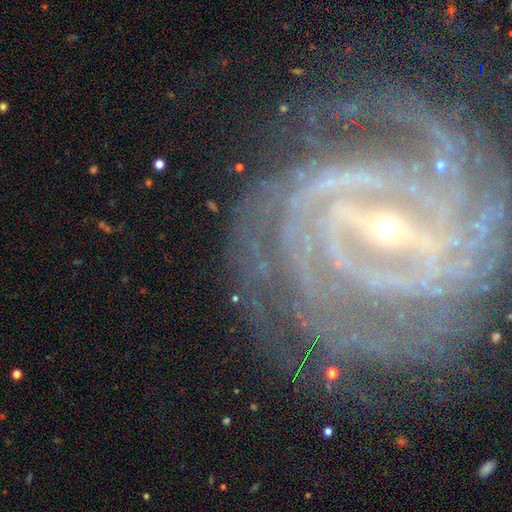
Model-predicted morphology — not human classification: A featured or disk galaxy (91%) with a strong bar (71%), tight (72%) spiral arms (97%) and a small central bulge (82%).

Vote fractions:
- Smooth or featured? featured or disk: 91% / star or artifact: 6% / smooth: 3%
- Edge-on disk? no: 95% / yes: 5%
- Bar? strong: 71% / weak: 20% / no: 9%
- Spiral arms? yes: 97% / no: 3%
- Spiral winding? tight: 72% / medium: 23% / loose: 5%
- Spiral arm count? can't tell: 22% / 4: 21% / 2: 18% / more than 4: 16% / 3: 15% / 1: 8%
- Bulge size? small: 82% / moderate: 14% / large: 1% / none: 1% / dominant: 1%
- Merging? none: 73% / minor disturbance: 15% / major disturbance: 11% / merger: 2%